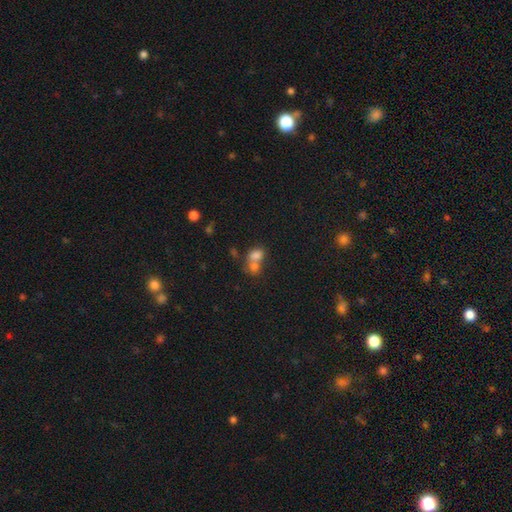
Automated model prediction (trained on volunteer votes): This appears to be a smooth galaxy with no disk features (76%) that is in between round and cigar-shaped (62%). Merging: merger (65%).